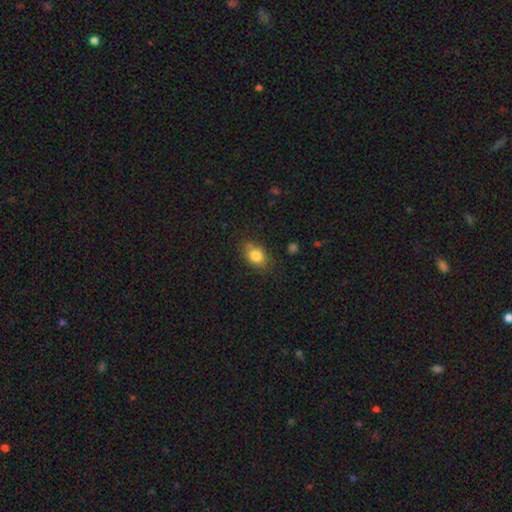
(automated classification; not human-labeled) A smooth galaxy with no disk features (81%) that is in between round and cigar-shaped (73%).

Vote fractions:
- Smooth or featured? smooth: 81% / featured or disk: 10% / star or artifact: 9%
- How rounded? in between: 73% / round: 25% / cigar-shaped: 2%
- Merging? none: 74% / minor disturbance: 19% / major disturbance: 4% / merger: 2%